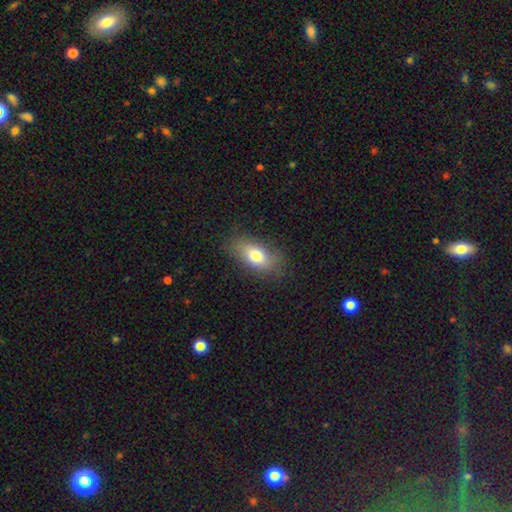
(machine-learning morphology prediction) Smooth or featured?
  - smooth: 75% *
  - featured or disk: 17%
  - star or artifact: 9%
How rounded?
  - in between: 84% *
  - cigar-shaped: 9%
  - round: 7%
Merging?
  - none: 78% *
  - minor disturbance: 15%
  - major disturbance: 5%
  - merger: 1%